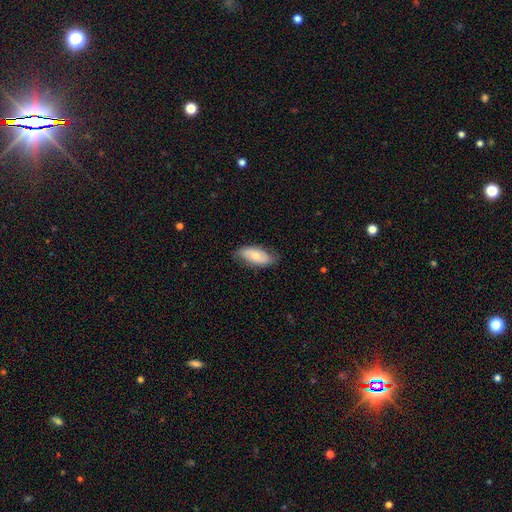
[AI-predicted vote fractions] smooth_or_featured: smooth (p=0.63) [alt: featured or disk p=0.31]
how_rounded: in between (p=0.90) [alt: cigar-shaped p=0.07]
merging: none (p=0.74) [alt: minor disturbance p=0.21]